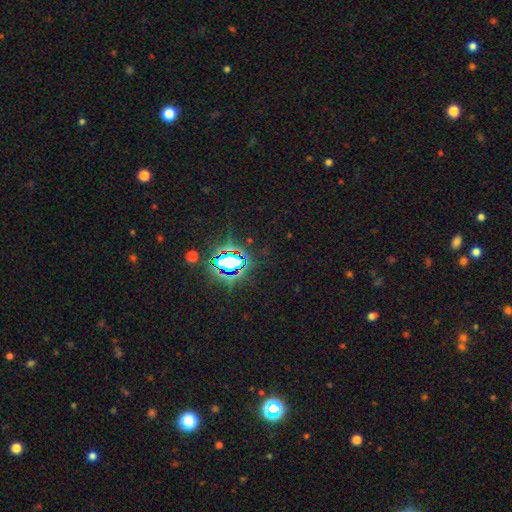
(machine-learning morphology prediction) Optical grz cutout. It shows a star or artifact, not a galaxy (82%).